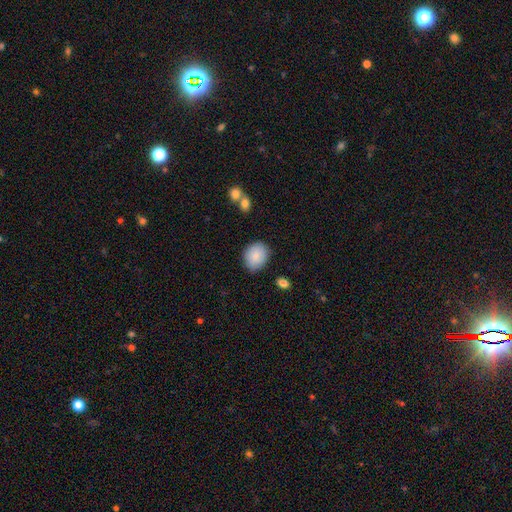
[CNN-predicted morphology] Overall: smooth (86%). How rounded: round (54%; in between 45%). Merging: none (81%).